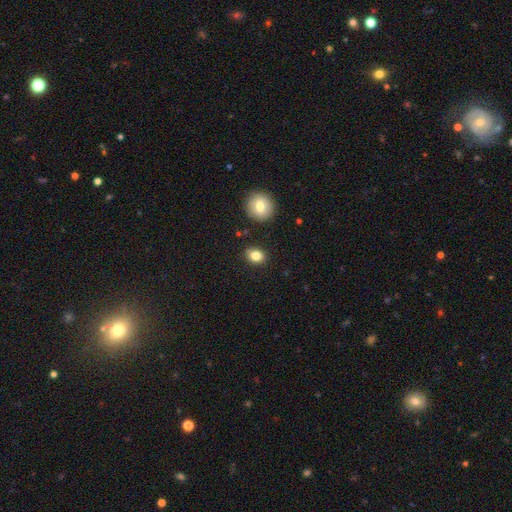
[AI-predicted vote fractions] This is clearly a smooth galaxy (82%). How rounded: possibly round (51%). Merging: clearly none (85%).